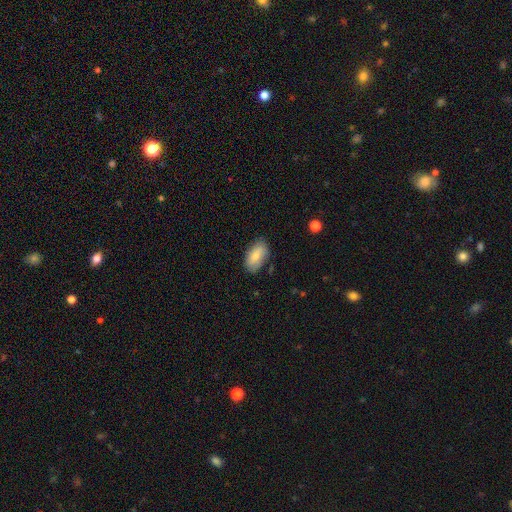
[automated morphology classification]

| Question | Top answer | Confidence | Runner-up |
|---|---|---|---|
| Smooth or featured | smooth | 81% | featured or disk (13%) |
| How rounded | in between | 93% | cigar-shaped (4%) |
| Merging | none | 78% | minor disturbance (17%) |